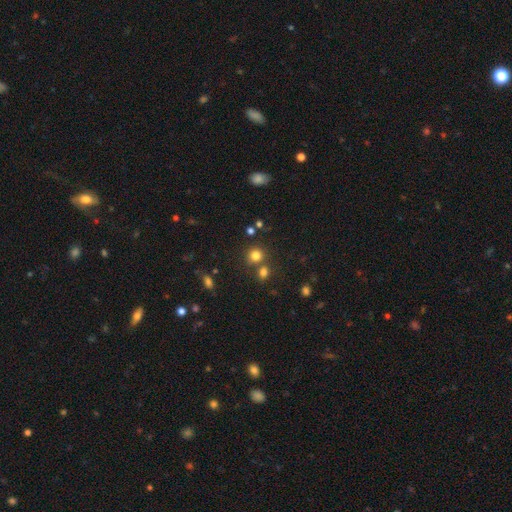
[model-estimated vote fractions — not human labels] The model was most divided on "merging": none: 68%, merger: 20%, minor disturbance: 8%, major disturbance: 3%. More confident: how rounded — round (87%); smooth or featured — smooth (77%).